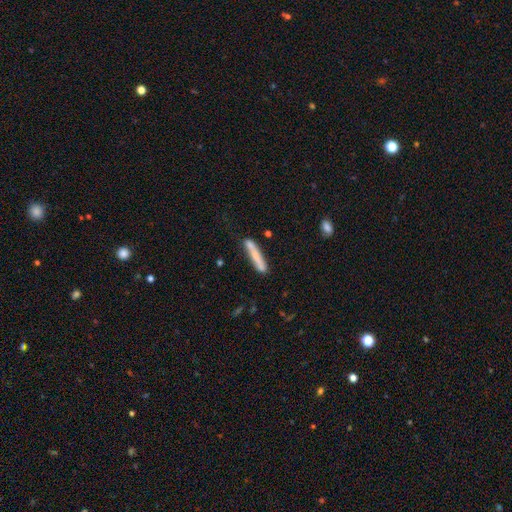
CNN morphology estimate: smooth-or-featured: smooth: 70% | featured or disk: 23% | star or artifact: 7%
  how-rounded: cigar-shaped: 95% | in between: 4% | round: 1%
  merging: none: 77% | minor disturbance: 15% | merger: 4% | major disturbance: 3%